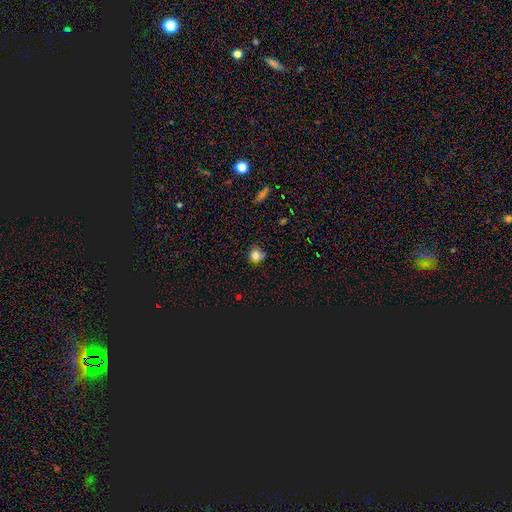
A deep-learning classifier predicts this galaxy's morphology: The model was most divided on "merging": none: 63%, minor disturbance: 27%, major disturbance: 8%, merger: 3%. More confident: how rounded — round (82%); smooth or featured — smooth (80%).